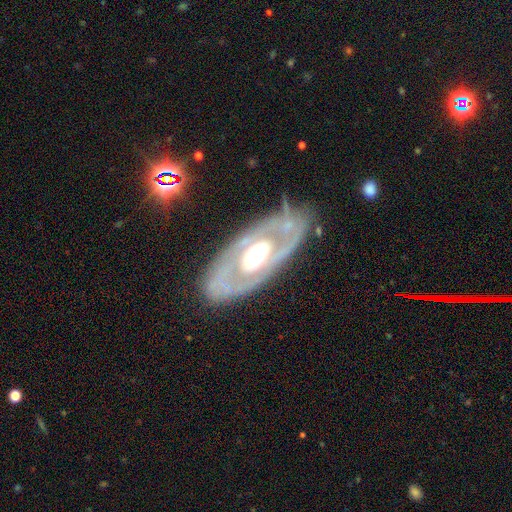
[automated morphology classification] Q: Smooth or featured?
A: featured or disk (80%); runner-up: smooth (16%)
Q: Edge-on disk?
A: no (88%); runner-up: yes (12%)
Q: Bar?
A: no (72%); runner-up: weak (18%)
Q: Spiral arms?
A: no (52%); runner-up: yes (48%)
Q: Bulge size?
A: moderate (58%); runner-up: large (33%)
Q: Merging?
A: none (76%); runner-up: minor disturbance (15%)